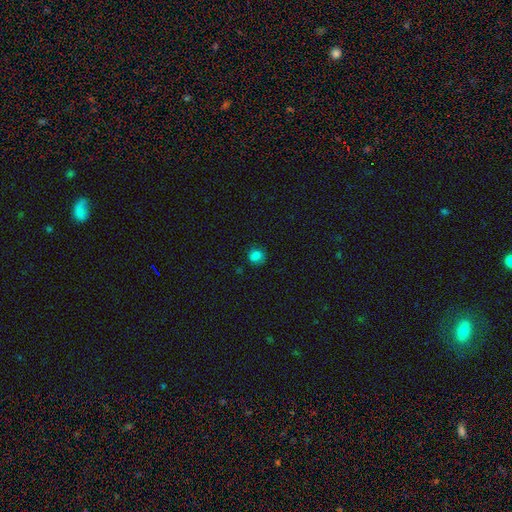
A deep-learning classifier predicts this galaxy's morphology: This is likely a smooth galaxy (80%). How rounded: likely round (76%). Merging: likely none (76%).